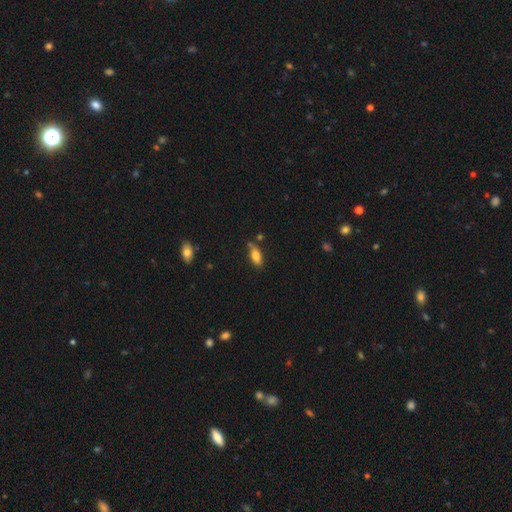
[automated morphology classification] This is clearly a smooth galaxy (81%). How rounded: clearly in between (85%). Merging: likely none (71%).